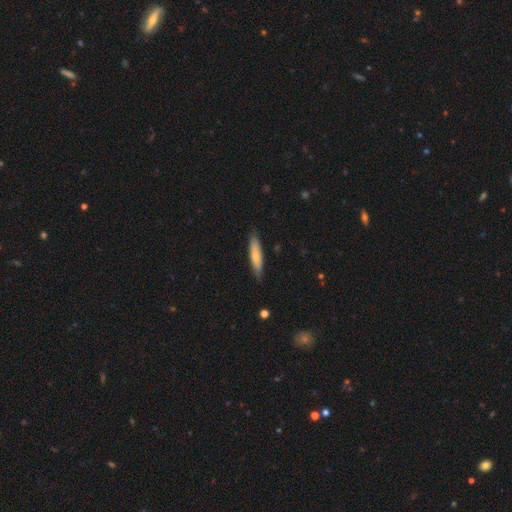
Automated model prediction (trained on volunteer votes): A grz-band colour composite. It shows a smooth galaxy with no disk features (66%) that is cigar-shaped (77%). Merging: none (81%).